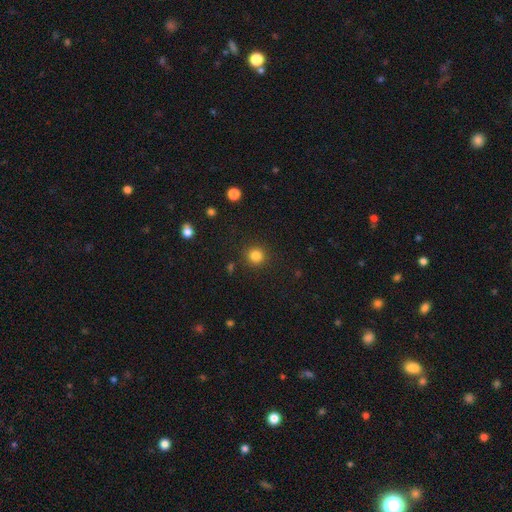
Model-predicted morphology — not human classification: This is clearly a smooth galaxy (83%). How rounded: clearly round (94%). Merging: clearly none (90%).